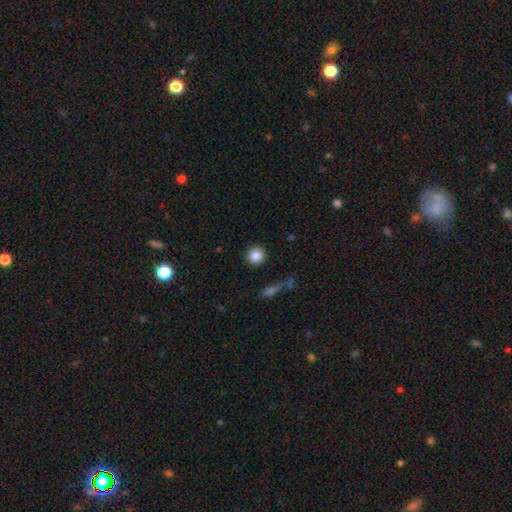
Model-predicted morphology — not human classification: This appears to be a smooth galaxy with no disk features (86%) that is round (94%). Merging: none (89%).